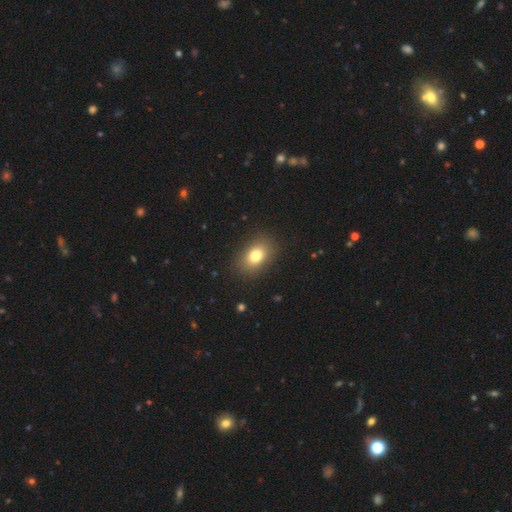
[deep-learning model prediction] Q: Smooth or featured?
A: smooth (78%); runner-up: featured or disk (11%)
Q: How rounded?
A: in between (76%); runner-up: round (23%)
Q: Merging?
A: none (87%); runner-up: minor disturbance (9%)